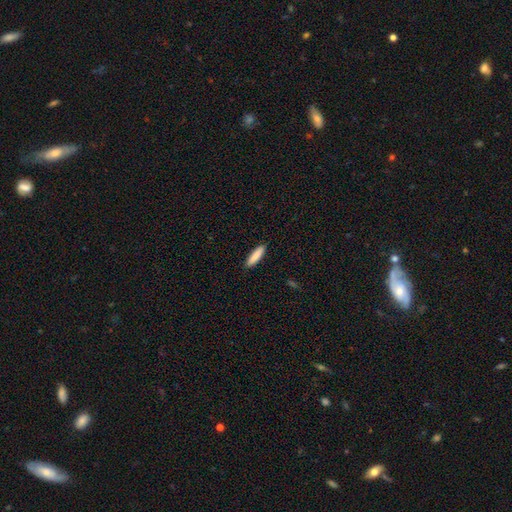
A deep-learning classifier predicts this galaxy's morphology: A smooth galaxy with no disk features (88%) that is cigar-shaped (77%).

Vote fractions:
- Smooth or featured? smooth: 88% / featured or disk: 7% / star or artifact: 6%
- How rounded? cigar-shaped: 77% / in between: 22% / round: 1%
- Merging? none: 90% / minor disturbance: 7% / major disturbance: 2% / merger: 1%